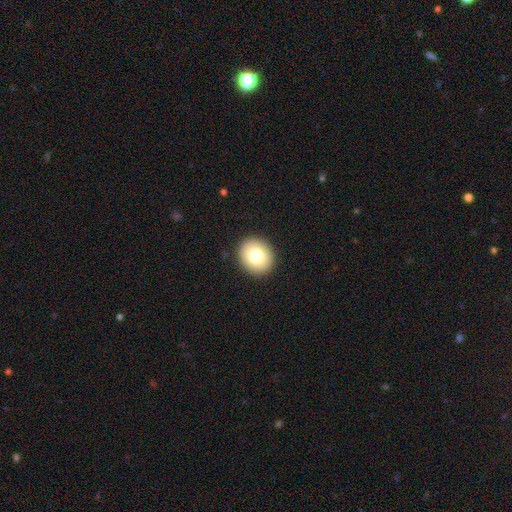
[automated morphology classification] A smooth galaxy with no disk features (79%) that is round (76%). Merging: none (92%).